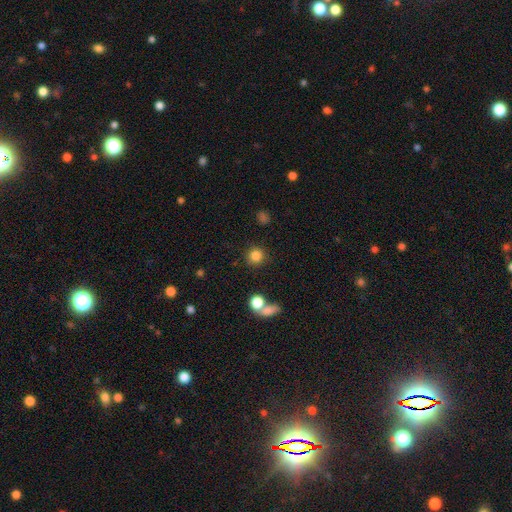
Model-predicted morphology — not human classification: The model was most divided on "smooth or featured": smooth: 83%, star or artifact: 12%, featured or disk: 5%. More confident: how rounded — round (92%); merging — none (84%).